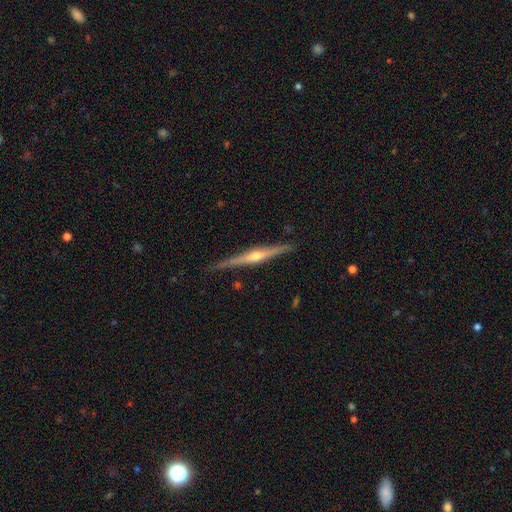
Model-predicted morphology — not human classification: type=featured or disk (80%); edge-on=yes (98%); edge-on bulge=rounded (90%); merging=none (86%).